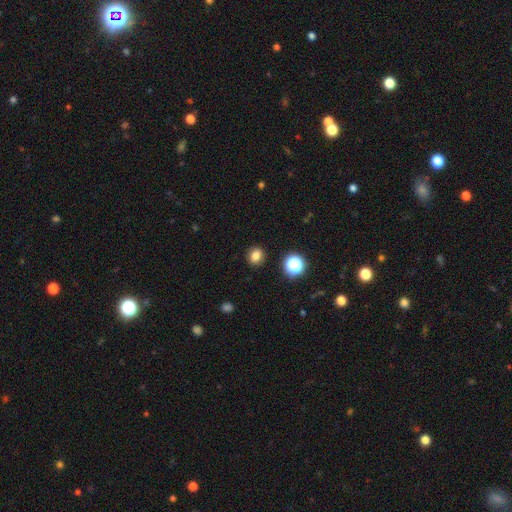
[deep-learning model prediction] This appears to be a smooth galaxy with no disk features (81%) that is round (69%). Merging: none (90%).